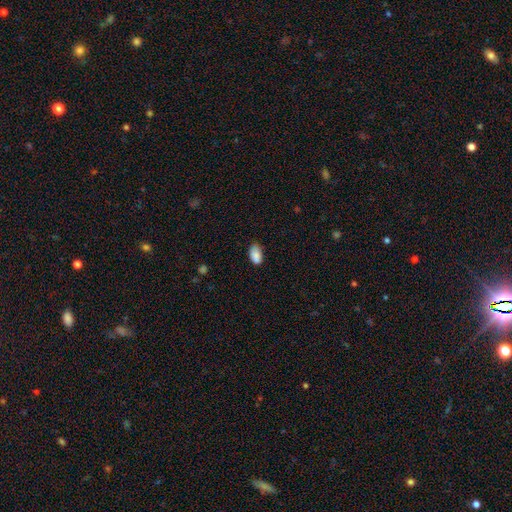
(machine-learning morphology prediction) The model was most divided on "merging": none: 69%, minor disturbance: 25%, major disturbance: 4%, merger: 2%. More confident: how rounded — in between (93%); smooth or featured — smooth (86%).